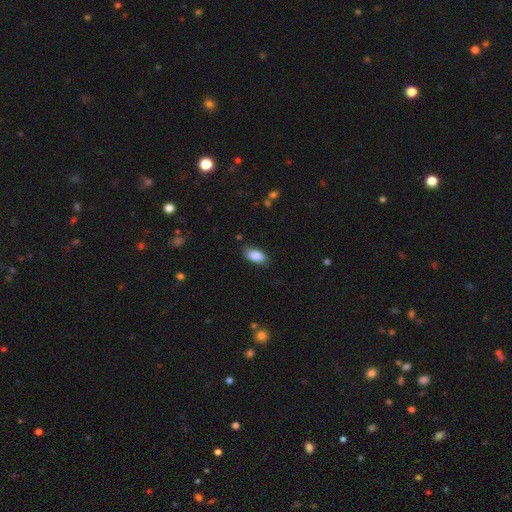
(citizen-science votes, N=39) A smooth galaxy with no disk features (92%) that is in between round and cigar-shaped (94%). Merging: none (84%).